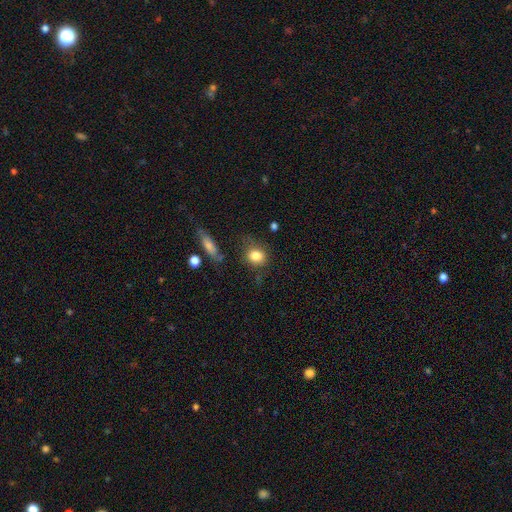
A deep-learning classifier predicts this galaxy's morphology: A smooth galaxy with no disk features (84%) that is round (63%). Merging: none (65%).